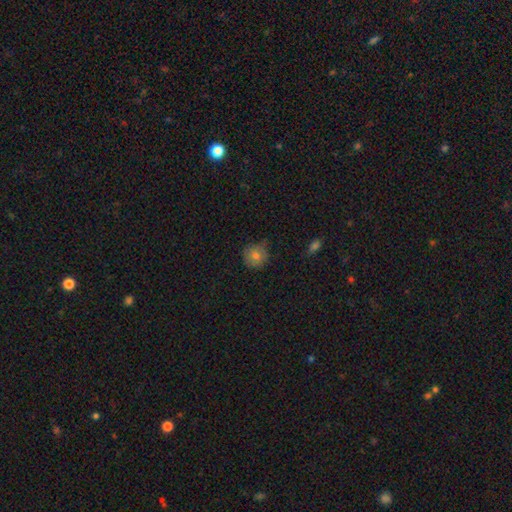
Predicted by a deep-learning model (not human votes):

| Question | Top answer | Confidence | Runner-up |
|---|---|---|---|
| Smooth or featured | smooth | 77% | featured or disk (12%) |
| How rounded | round | 89% | in between (10%) |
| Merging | none | 67% | minor disturbance (27%) |